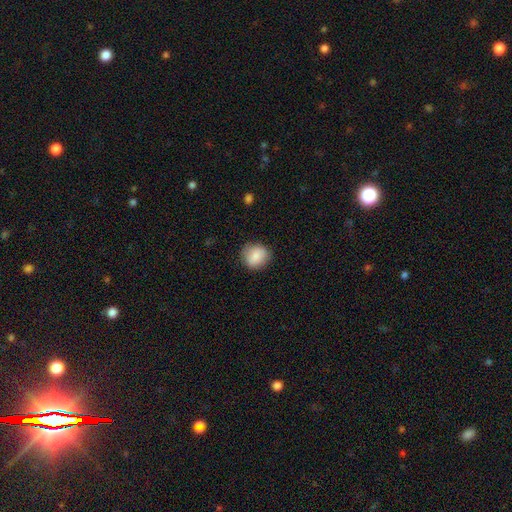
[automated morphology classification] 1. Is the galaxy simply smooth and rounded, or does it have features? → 84% smooth, 8% featured or disk, 8% star or artifact.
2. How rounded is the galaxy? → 80% round, 19% in between, 1% cigar-shaped.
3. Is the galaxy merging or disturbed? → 84% none, 12% minor disturbance, 3% major disturbance, 1% merger.